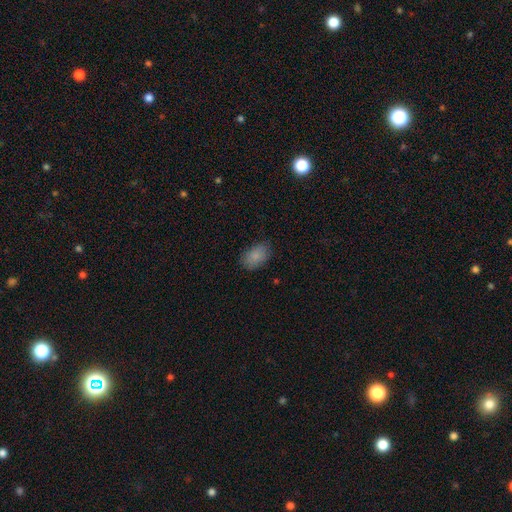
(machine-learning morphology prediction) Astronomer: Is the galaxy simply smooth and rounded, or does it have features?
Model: smooth — 86%.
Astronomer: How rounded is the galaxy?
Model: in between — 88%.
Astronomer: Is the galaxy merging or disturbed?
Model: none — 80%.